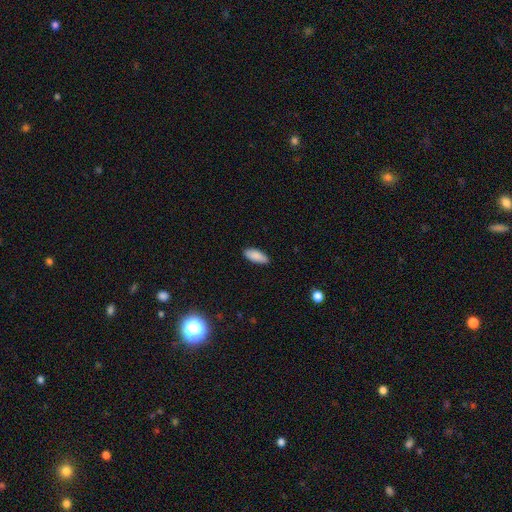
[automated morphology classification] Overall: smooth (87%). How rounded: in between (82%). Merging: none (86%).